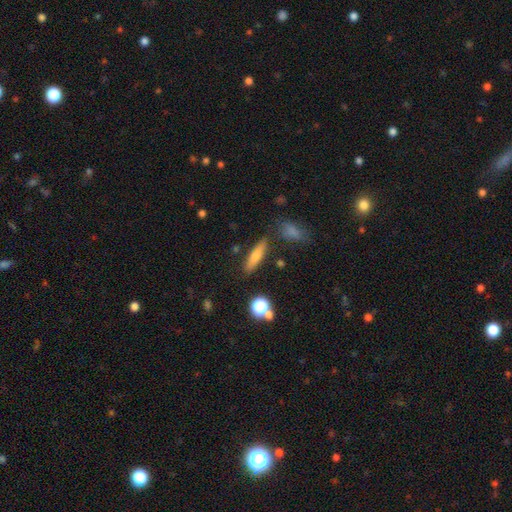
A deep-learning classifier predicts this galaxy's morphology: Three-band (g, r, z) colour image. It shows a smooth galaxy with no disk features (67%) that is cigar-shaped (68%). Merging: none (81%).